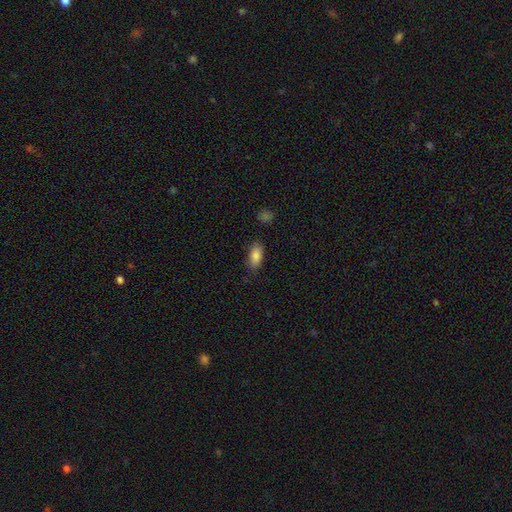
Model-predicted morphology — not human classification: This appears to be a smooth galaxy with no disk features (86%) that is in between round and cigar-shaped (87%). Merging: none (82%).